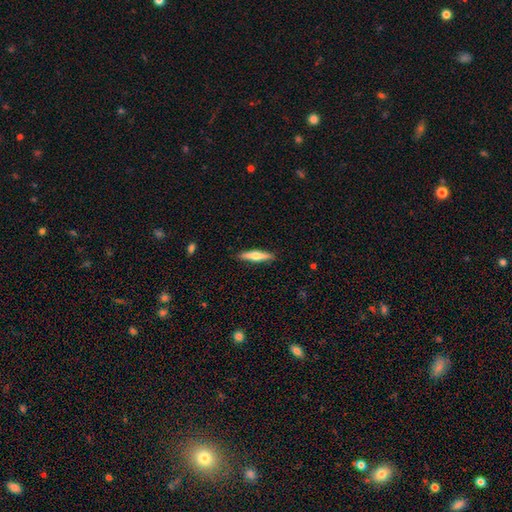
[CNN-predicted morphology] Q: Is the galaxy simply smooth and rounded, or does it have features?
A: smooth — 55%.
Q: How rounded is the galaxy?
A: cigar-shaped — 84%.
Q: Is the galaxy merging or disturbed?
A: none — 89%.